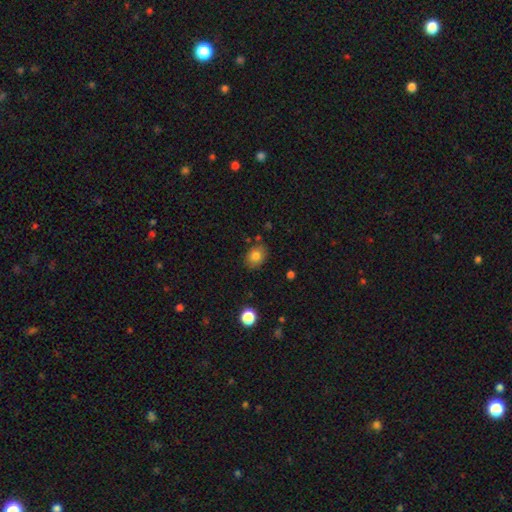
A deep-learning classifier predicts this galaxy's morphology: smooth 80%, star or artifact 10%, featured or disk 10%. Down the decision tree: how rounded — in between (60%); merging — none (80%).